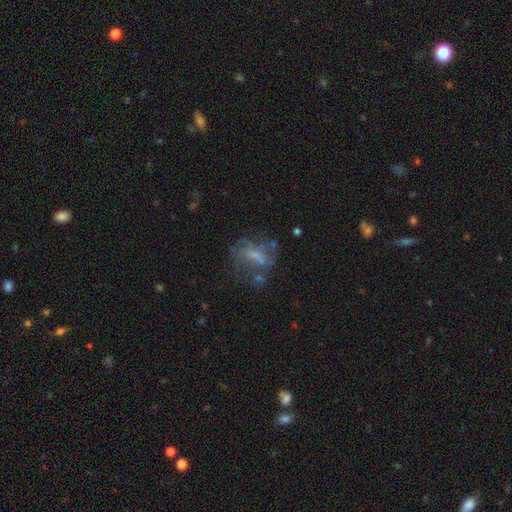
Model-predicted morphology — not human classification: Smooth or featured? featured or disk (52%)
Edge-on disk? no (96%)
Merging? none (43%)